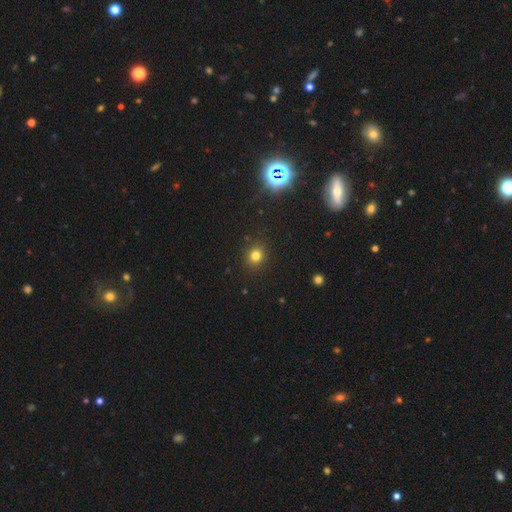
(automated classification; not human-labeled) This appears to be a smooth galaxy with no disk features (78%) that is round (82%). Merging: none (90%).